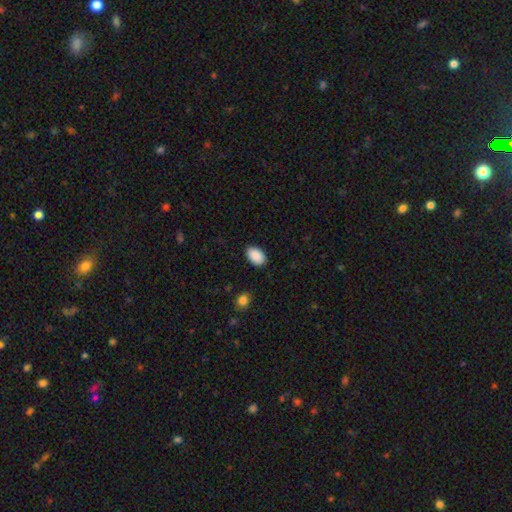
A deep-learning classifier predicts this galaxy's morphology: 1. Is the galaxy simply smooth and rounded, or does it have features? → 91% smooth, 7% star or artifact, 3% featured or disk.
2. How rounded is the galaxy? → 92% in between, 7% round, 1% cigar-shaped.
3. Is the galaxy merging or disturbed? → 88% none, 9% minor disturbance, 2% major disturbance, 1% merger.